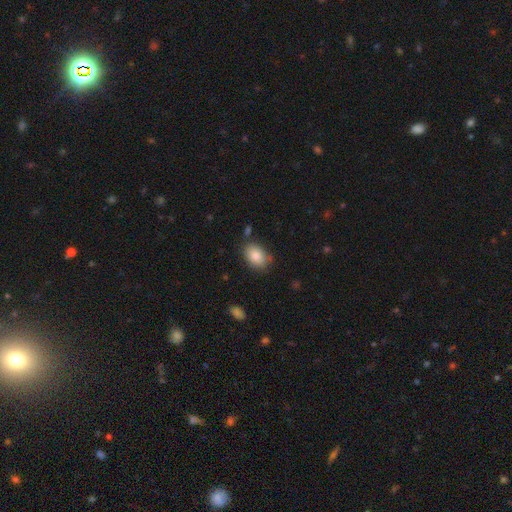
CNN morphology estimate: This is clearly a smooth galaxy (83%). How rounded: clearly in between (81%). Merging: likely none (77%).